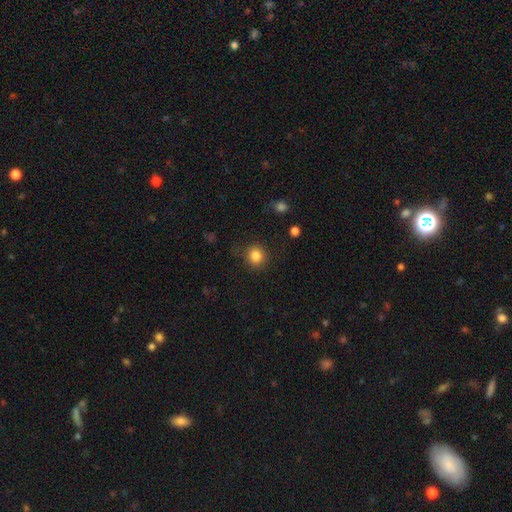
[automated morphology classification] Q: Smooth or featured?
A: smooth (84%); runner-up: star or artifact (11%)
Q: How rounded?
A: round (89%); runner-up: in between (10%)
Q: Merging?
A: none (84%); runner-up: minor disturbance (10%)